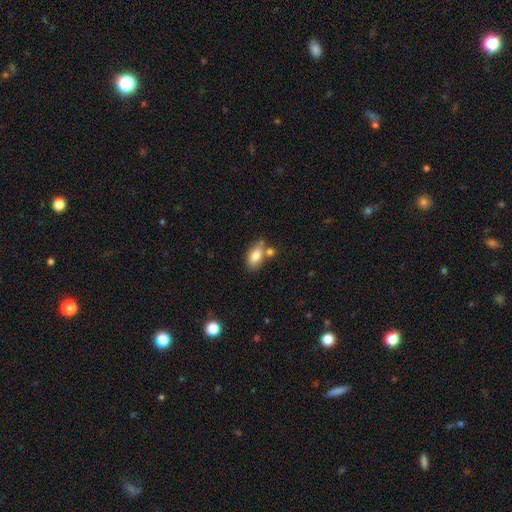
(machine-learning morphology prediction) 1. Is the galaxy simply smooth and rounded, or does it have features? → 79% smooth, 14% featured or disk, 8% star or artifact.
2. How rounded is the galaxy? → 89% in between, 7% round, 4% cigar-shaped.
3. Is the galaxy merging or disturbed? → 58% none, 23% merger, 16% minor disturbance, 4% major disturbance.